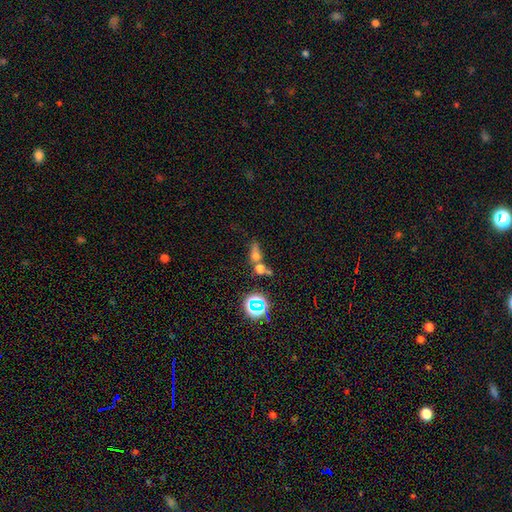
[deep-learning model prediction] smooth_or_featured: smooth (p=0.57) [alt: star or artifact p=0.26]
how_rounded: in between (p=0.46) [alt: round p=0.39]
merging: merger (p=0.42) [alt: none p=0.33]